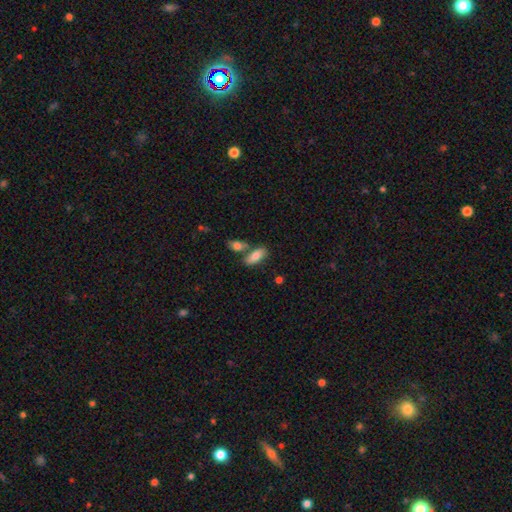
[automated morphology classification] This is likely a smooth galaxy (77%). How rounded: clearly in between (83%). Merging: possibly none (56%).